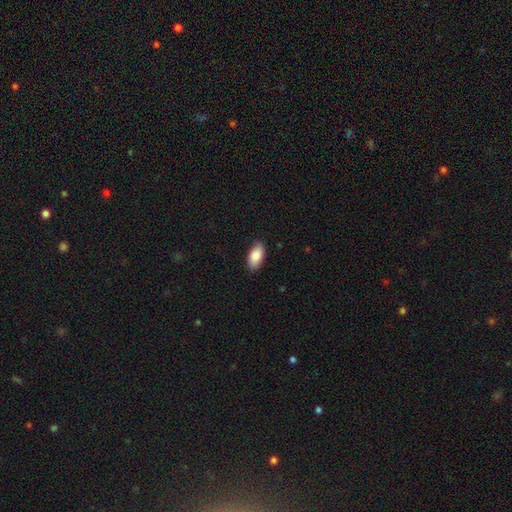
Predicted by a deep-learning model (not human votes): smooth 88%, featured or disk 6%, star or artifact 6%. Down the decision tree: how rounded — in between (94%); merging — none (84%).